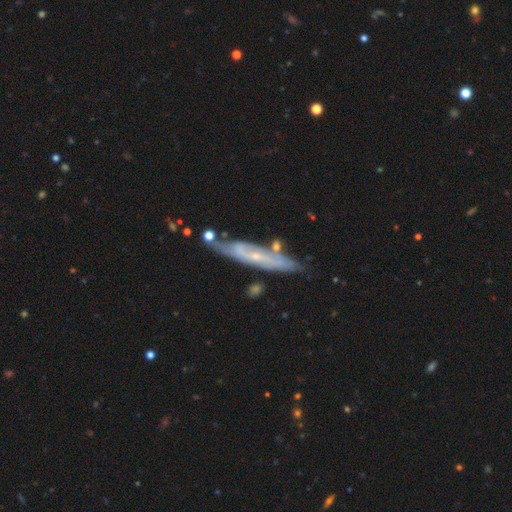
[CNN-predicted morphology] This appears to be a featured or disk galaxy (69%) viewed edge-on (57%). Merging: none (72%).